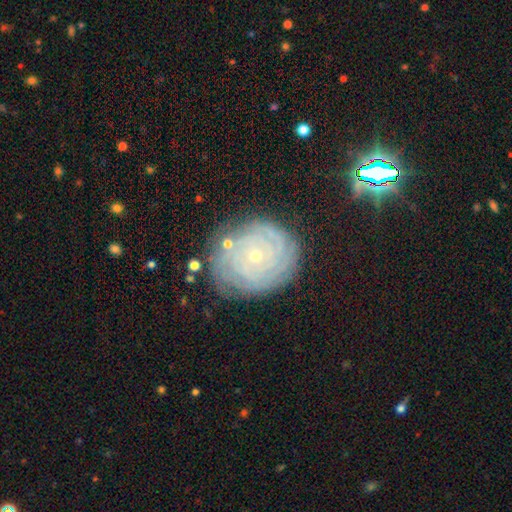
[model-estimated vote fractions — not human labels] Smooth or featured: featured or disk — 81% (smooth — 10%)
Edge-on disk: no — 97% (yes — 3%)
Bar: no — 84% (weak — 12%)
Spiral arms: yes — 96% (no — 4%)
Spiral winding: tight — 89% (medium — 9%)
Spiral arm count: can't tell — 32% (4 — 20%)
Bulge size: small — 81% (moderate — 16%)
Merging: none — 80% (minor disturbance — 14%)